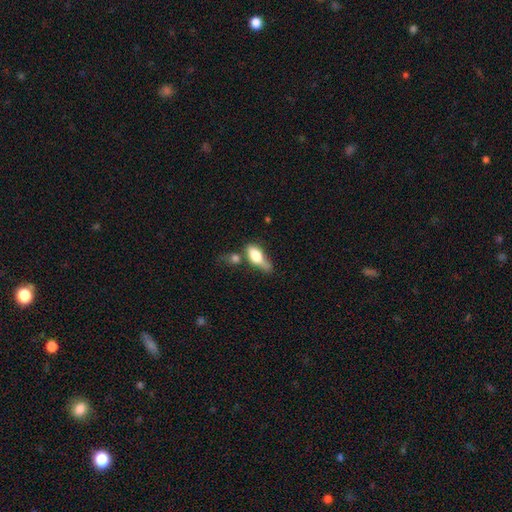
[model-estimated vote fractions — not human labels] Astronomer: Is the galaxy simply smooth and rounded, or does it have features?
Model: smooth — 69%.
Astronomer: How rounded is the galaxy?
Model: in between — 79%.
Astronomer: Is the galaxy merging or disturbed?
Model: merger — 26%, tied with minor disturbance at 26%.